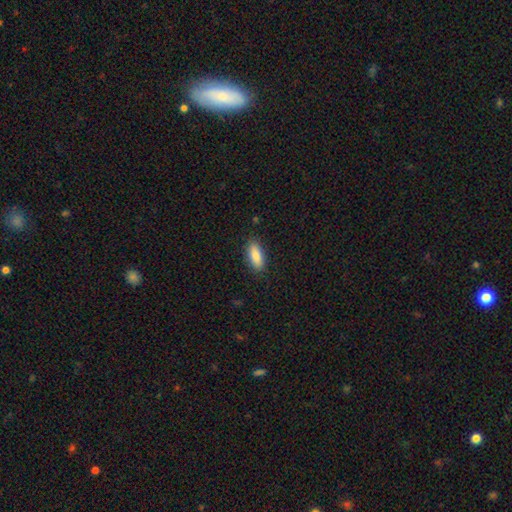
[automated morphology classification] Overall: smooth (87%). How rounded: in between (80%). Merging: none (87%).